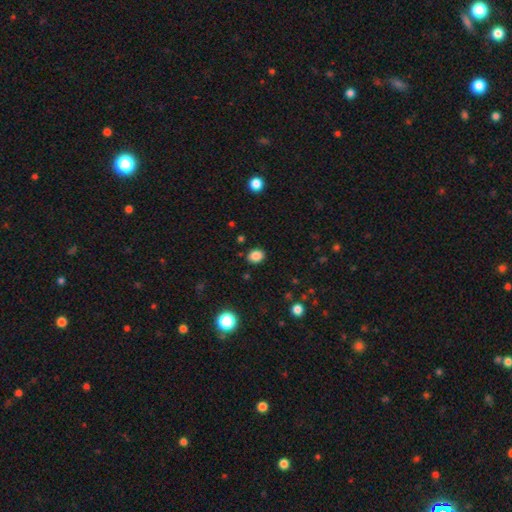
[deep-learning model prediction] Smooth or featured? Predicted: smooth (p=0.85). How rounded? Predicted: round (p=0.58). Merging? Predicted: none (p=0.88).